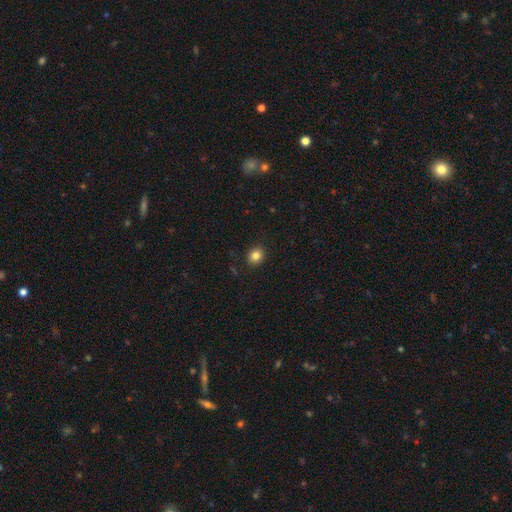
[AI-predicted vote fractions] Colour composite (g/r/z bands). It shows a smooth galaxy with no disk features (83%) that is round (71%). Merging: none (90%).